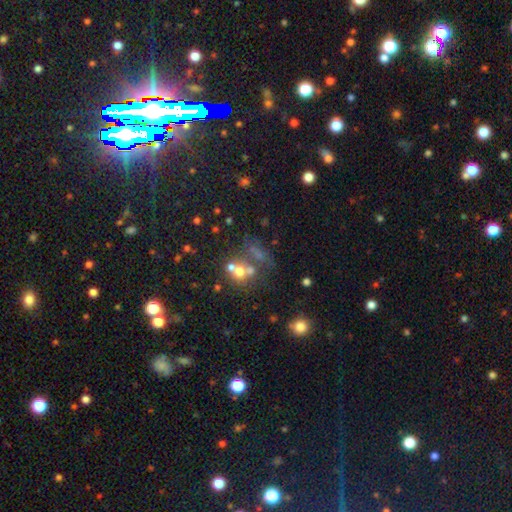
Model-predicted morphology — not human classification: Smooth or featured: star or artifact — 42% (smooth — 39%)